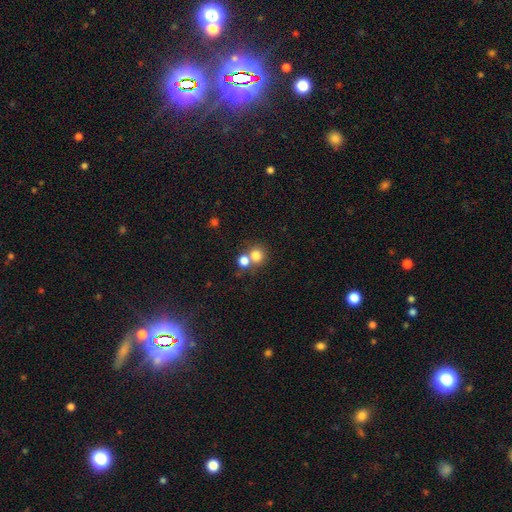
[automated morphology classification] smooth 78%, star or artifact 13%, featured or disk 9%. Down the decision tree: how rounded — round (87%); merging — none (50%).